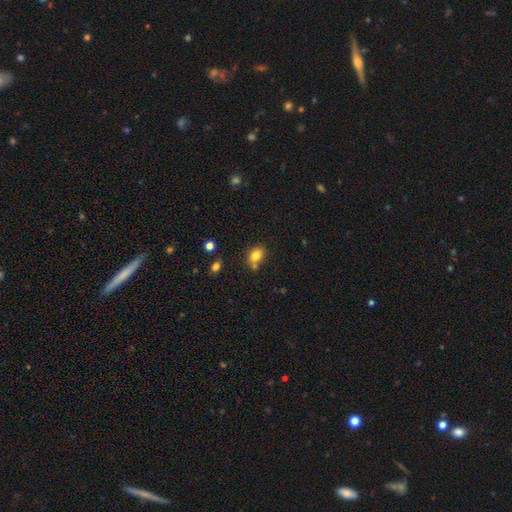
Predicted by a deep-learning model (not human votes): smooth 81%, star or artifact 11%, featured or disk 8%. Down the decision tree: how rounded — in between (59%); merging — none (65%).